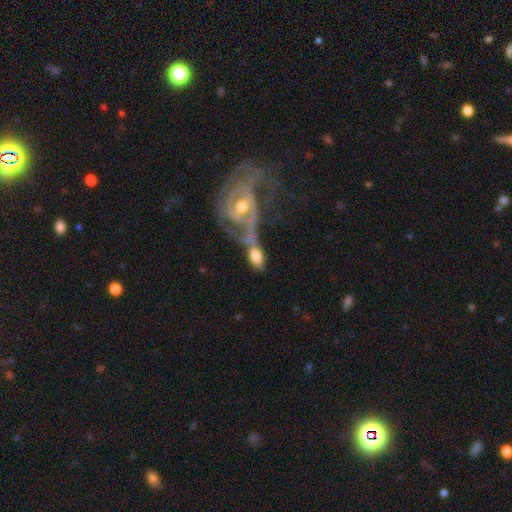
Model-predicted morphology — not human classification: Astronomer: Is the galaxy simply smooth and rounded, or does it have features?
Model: smooth — 52% (runner-up: featured or disk, 41%).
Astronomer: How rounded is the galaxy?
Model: in between — 87%.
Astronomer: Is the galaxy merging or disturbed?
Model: merger — 56%.